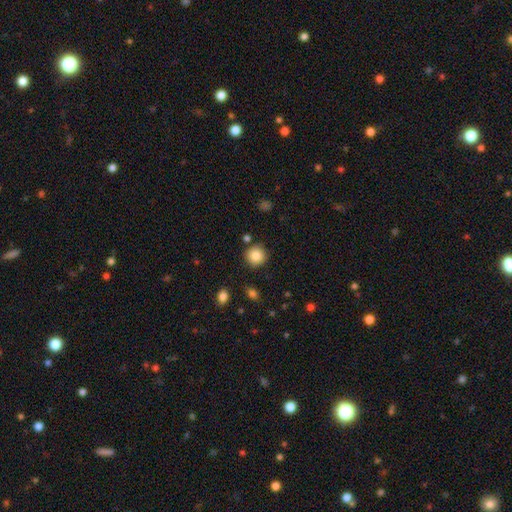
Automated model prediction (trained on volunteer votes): This appears to be a smooth galaxy with no disk features (85%) that is round (93%). Merging: none (86%).